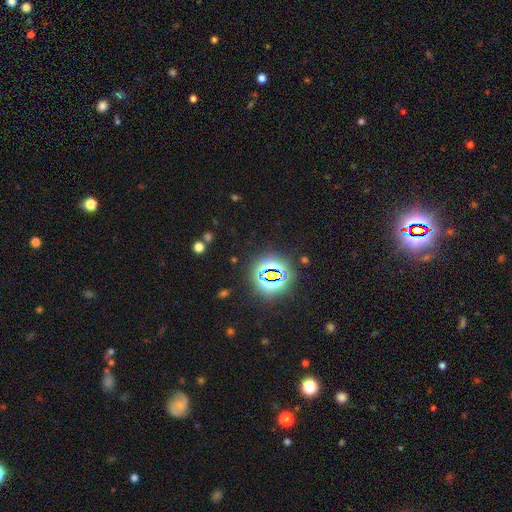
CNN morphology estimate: Smooth or featured: star or artifact — 81% (smooth — 12%)